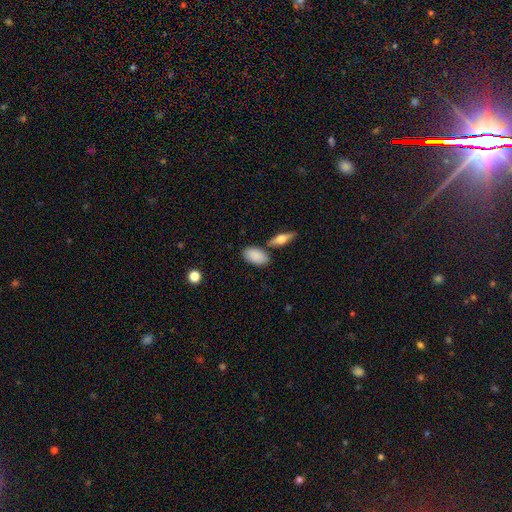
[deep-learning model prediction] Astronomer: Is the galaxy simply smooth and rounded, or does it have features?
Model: smooth — 86%.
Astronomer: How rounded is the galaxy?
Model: in between — 93%.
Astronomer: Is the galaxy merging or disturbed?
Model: none — 76%.